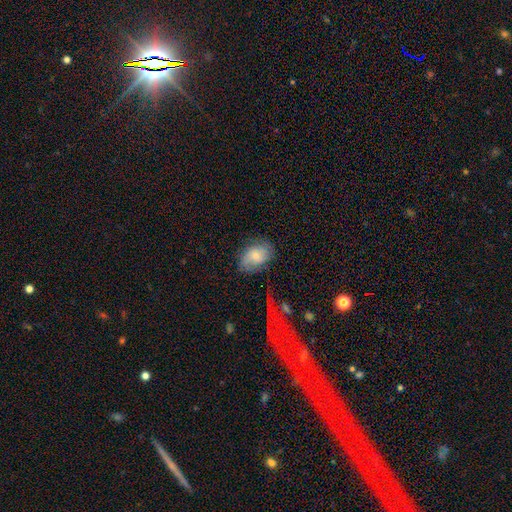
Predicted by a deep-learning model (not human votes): smooth_or_featured: smooth (p=0.61) [alt: featured or disk p=0.31]
how_rounded: in between (p=0.83) [alt: round p=0.16]
merging: none (p=0.65) [alt: minor disturbance p=0.23]